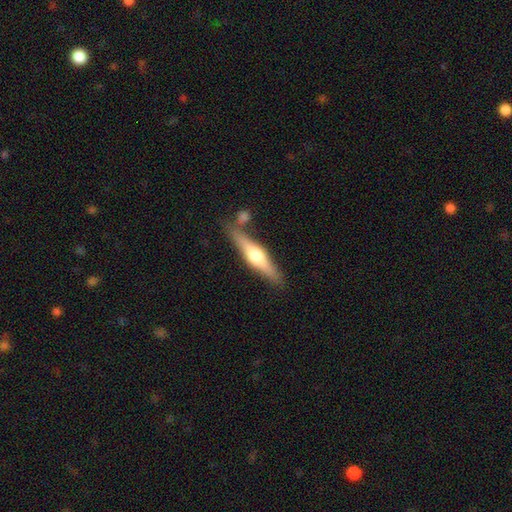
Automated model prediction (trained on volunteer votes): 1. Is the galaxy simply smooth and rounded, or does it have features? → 63% featured or disk, 32% smooth, 5% star or artifact.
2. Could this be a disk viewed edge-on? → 96% yes, 4% no.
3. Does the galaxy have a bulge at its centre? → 92% rounded, 6% boxy, 3% none.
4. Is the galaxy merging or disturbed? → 76% none, 12% minor disturbance, 9% merger, 3% major disturbance.